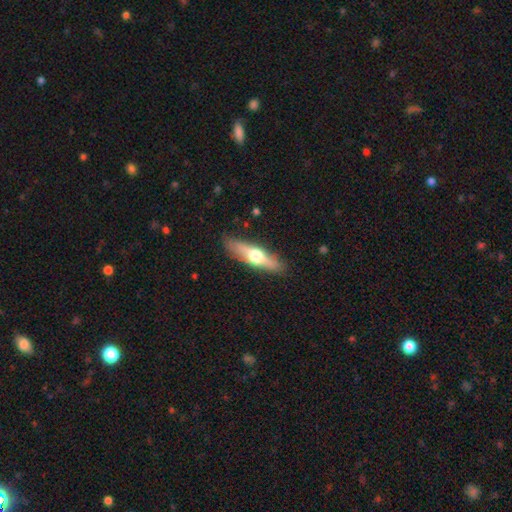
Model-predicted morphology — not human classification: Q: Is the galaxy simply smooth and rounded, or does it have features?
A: featured or disk — 53%.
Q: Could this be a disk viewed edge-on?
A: yes — 90%.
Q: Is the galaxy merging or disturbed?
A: none — 87%.